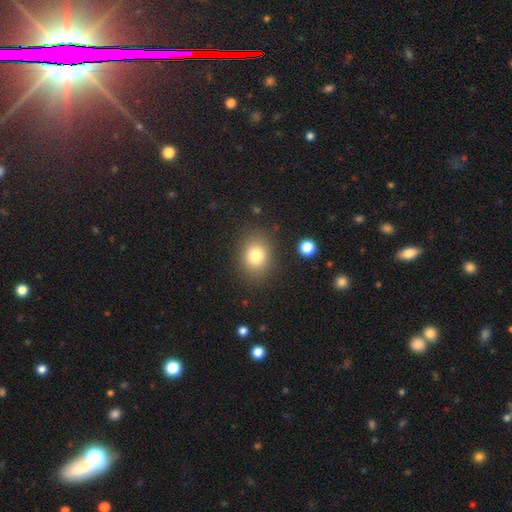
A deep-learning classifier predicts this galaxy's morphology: Smooth or featured: smooth — 79% (star or artifact — 12%)
How rounded: round — 51% (in between — 48%)
Merging: none — 85% (minor disturbance — 9%)